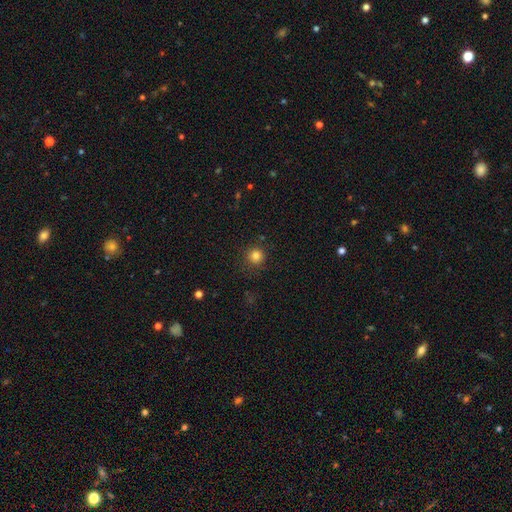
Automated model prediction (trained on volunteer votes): smooth 82%, star or artifact 13%, featured or disk 5%. Down the decision tree: how rounded — round (95%); merging — none (88%).